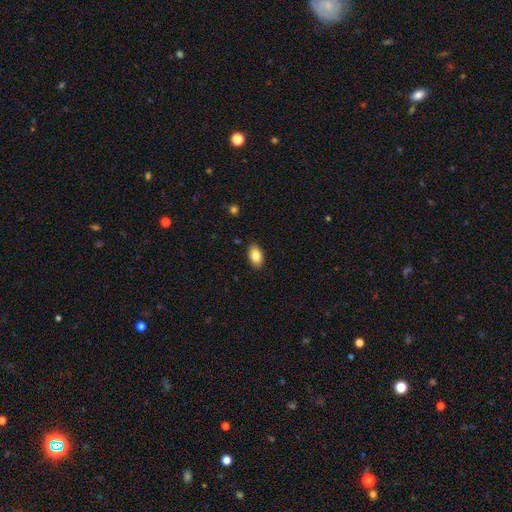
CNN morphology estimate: A smooth galaxy with no disk features (84%) that is in between round and cigar-shaped (92%). Merging: none (88%).